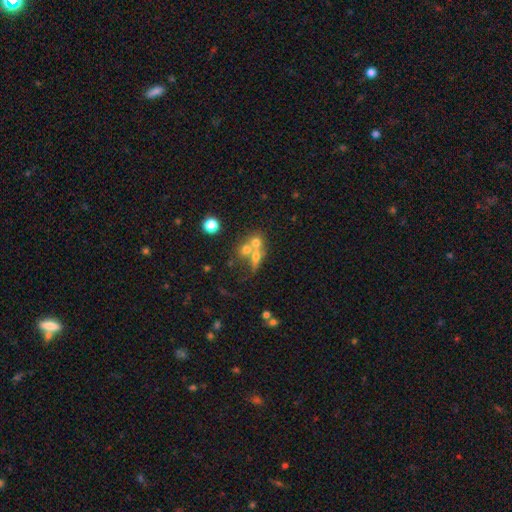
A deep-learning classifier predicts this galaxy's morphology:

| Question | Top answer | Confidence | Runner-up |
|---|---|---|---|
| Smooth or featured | smooth | 44% | featured or disk (38%) |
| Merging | merger | 56% | none (30%) |